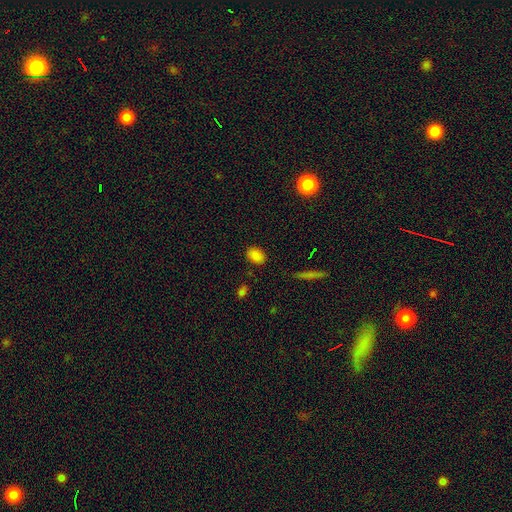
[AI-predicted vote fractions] Overall: smooth (84%). How rounded: in between (77%). Merging: none (85%).